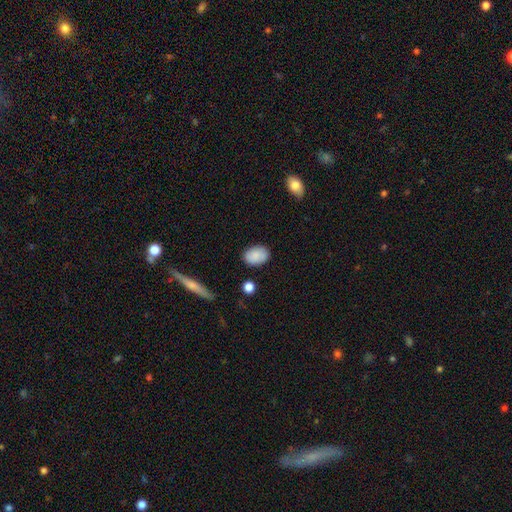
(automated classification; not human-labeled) Overall: smooth (86%). How rounded: in between (79%). Merging: none (84%).